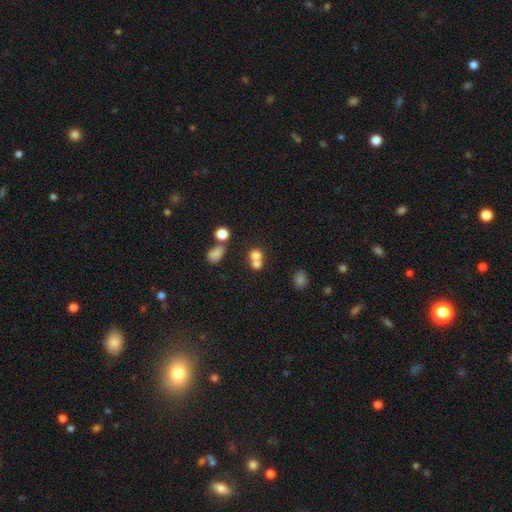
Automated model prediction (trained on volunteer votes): This is likely a smooth galaxy (71%). How rounded: likely round (78%). Merging: possibly merger (57%).